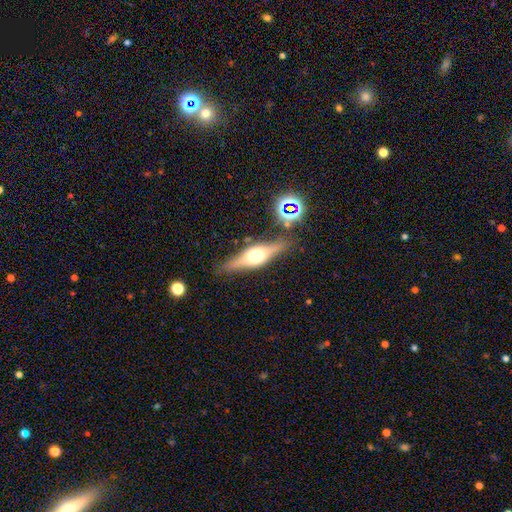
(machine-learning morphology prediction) featured or disk 65%, smooth 26%, star or artifact 9%. Down the decision tree: edge-on disk — yes (94%); edge-on bulge — rounded (91%); merging — none (81%).